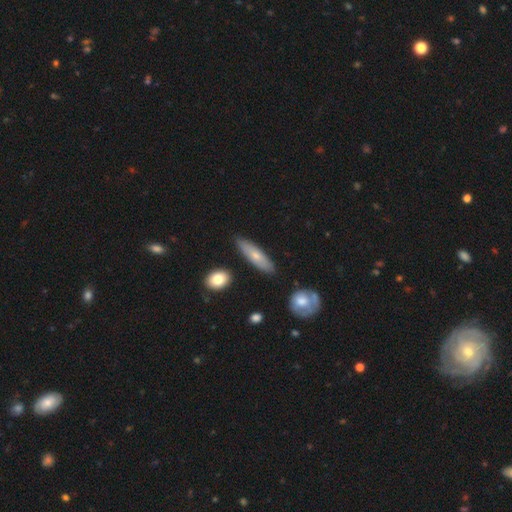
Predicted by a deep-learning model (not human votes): Smooth or featured? Predicted: smooth (p=0.65). How rounded? Predicted: cigar-shaped (p=0.61). Merging? Predicted: none (p=0.82).